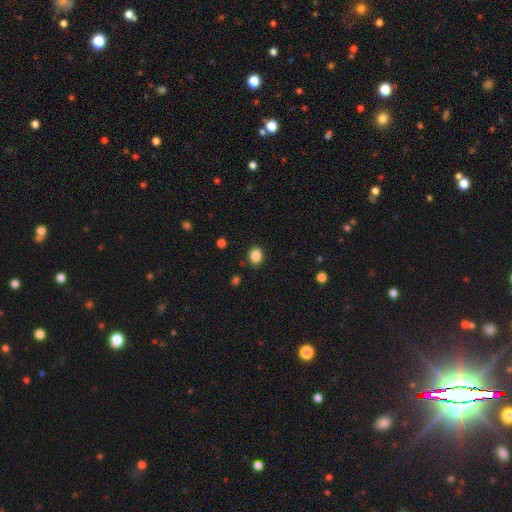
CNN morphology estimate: The model was most divided on "how rounded": in between: 51%, round: 48%, cigar-shaped: 1%. More confident: merging — none (87%); smooth or featured — smooth (86%).